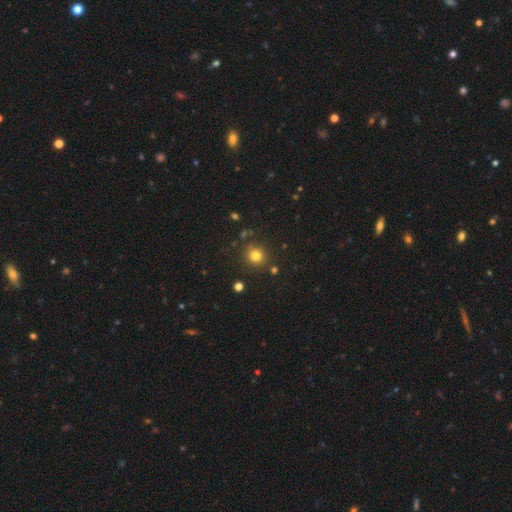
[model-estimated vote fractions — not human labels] smooth-or-featured: smooth: 78% | star or artifact: 16% | featured or disk: 6%
  how-rounded: round: 90% | in between: 10% | cigar-shaped: 1%
  merging: none: 85% | minor disturbance: 8% | merger: 4% | major disturbance: 3%